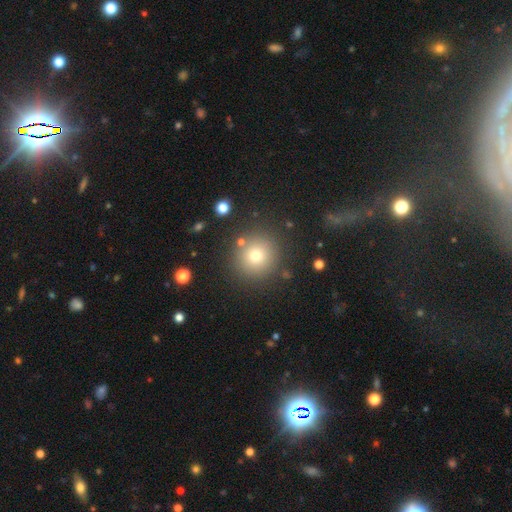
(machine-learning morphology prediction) Smooth or featured? smooth (73%)
How rounded? round (94%)
Merging? none (86%)